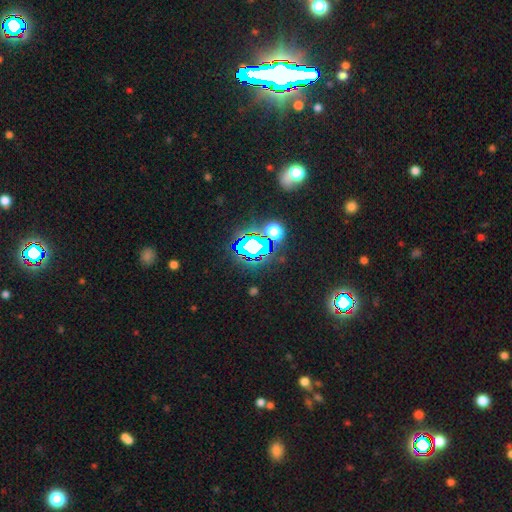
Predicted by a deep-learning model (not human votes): Smooth or featured: star or artifact — 78% (smooth — 14%)